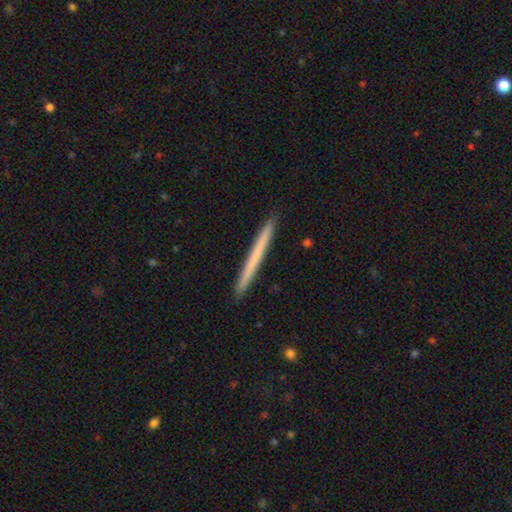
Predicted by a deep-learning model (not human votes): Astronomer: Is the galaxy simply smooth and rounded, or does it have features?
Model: smooth — 60%.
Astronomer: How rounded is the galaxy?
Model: cigar-shaped — 98%.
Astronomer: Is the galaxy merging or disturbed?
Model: none — 93%.